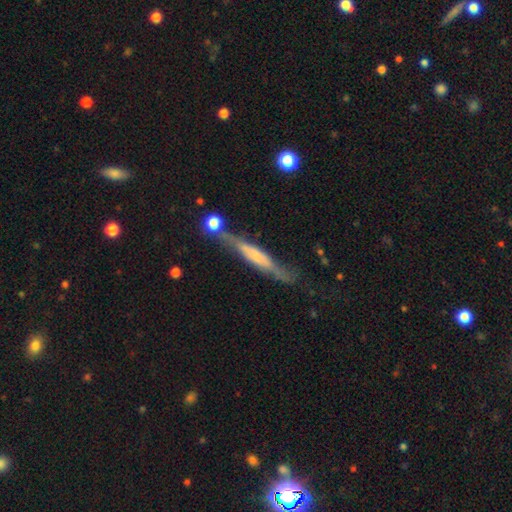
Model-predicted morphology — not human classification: Smooth or featured? featured or disk (62%)
Edge-on disk? yes (87%)
Edge-on bulge? rounded (42%)
Merging? none (58%)